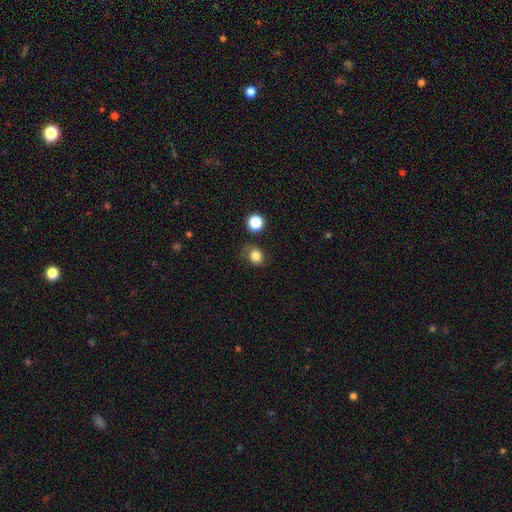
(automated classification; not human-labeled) smooth_or_featured: smooth (p=0.82) [alt: star or artifact p=0.12]
how_rounded: round (p=0.66) [alt: in between p=0.33]
merging: none (p=0.71) [alt: minor disturbance p=0.19]